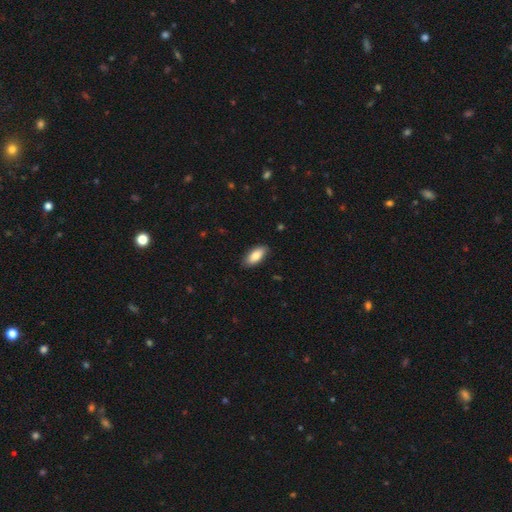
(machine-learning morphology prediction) Smooth or featured? smooth (85%)
How rounded? in between (86%)
Merging? none (87%)